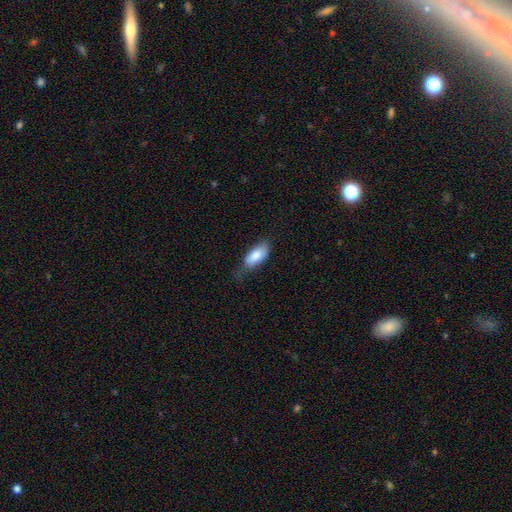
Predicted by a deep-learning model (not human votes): Morphology: type=smooth (83%); roundness=in between (86%); merging=none (48%).